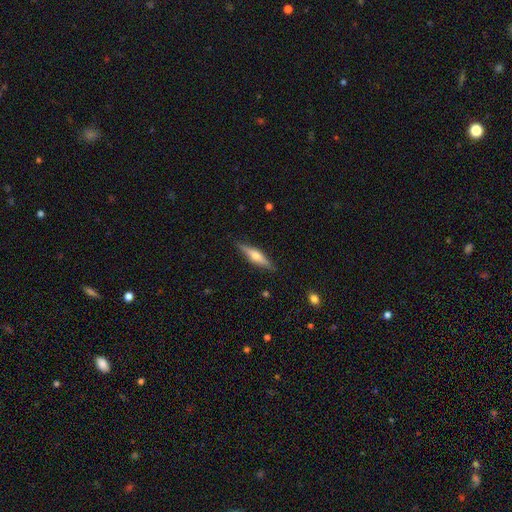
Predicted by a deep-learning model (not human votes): Overall: featured or disk (61%; smooth 33%). Edge-on disk: yes (96%). Edge-on bulge: rounded (90%). Merging: none (89%).